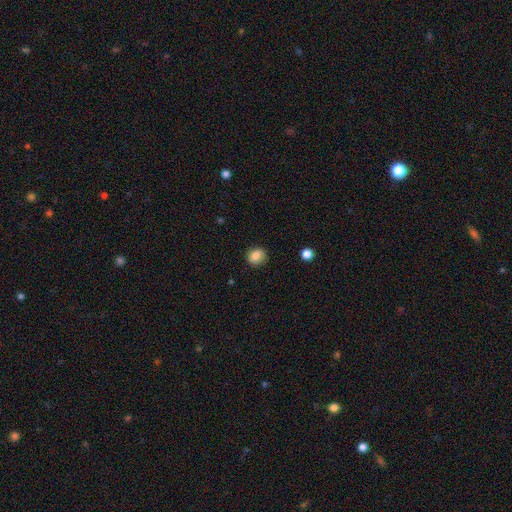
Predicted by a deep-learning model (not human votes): A smooth galaxy with no disk features (84%) that is round (71%).

Vote fractions:
- Smooth or featured? smooth: 84% / star or artifact: 9% / featured or disk: 7%
- How rounded? round: 71% / in between: 28% / cigar-shaped: 1%
- Merging? none: 86% / minor disturbance: 10% / major disturbance: 2% / merger: 1%